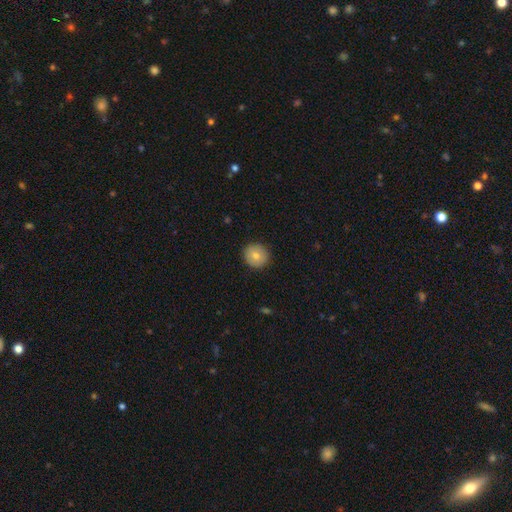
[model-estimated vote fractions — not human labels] Smooth or featured: smooth — 76% (featured or disk — 16%)
How rounded: round — 91% (in between — 8%)
Merging: none — 91% (minor disturbance — 7%)